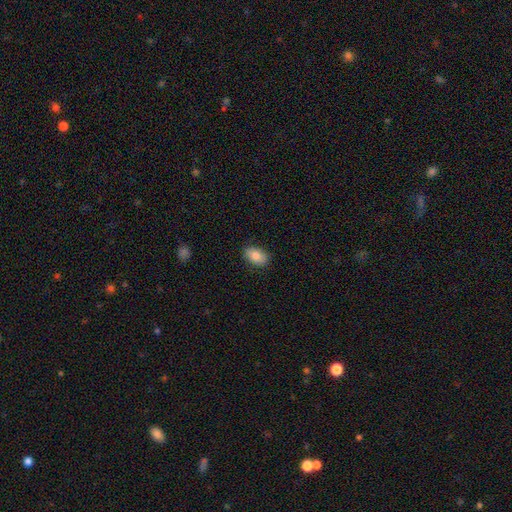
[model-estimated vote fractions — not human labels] smooth 83%, featured or disk 9%, star or artifact 7%. Down the decision tree: how rounded — in between (89%); merging — none (86%).